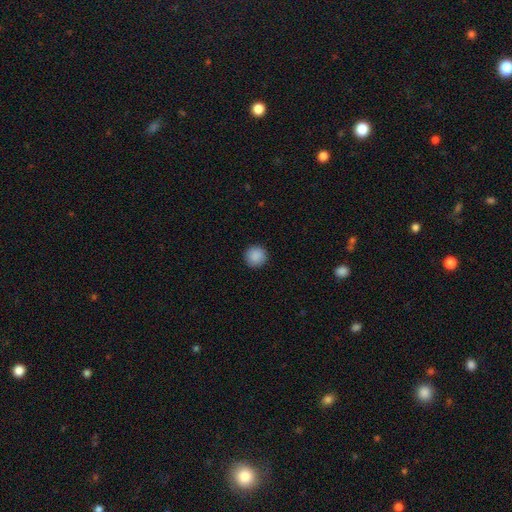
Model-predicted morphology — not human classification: This is clearly a smooth galaxy (89%). How rounded: clearly round (95%). Merging: clearly none (92%).